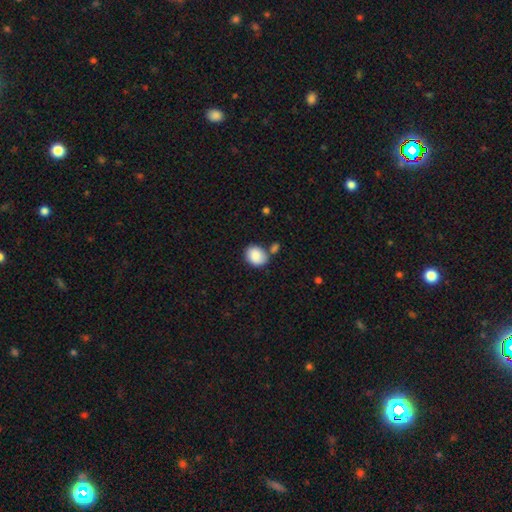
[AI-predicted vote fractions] This appears to be a smooth galaxy with no disk features (88%) that is in between round and cigar-shaped (51%). Merging: none (62%).